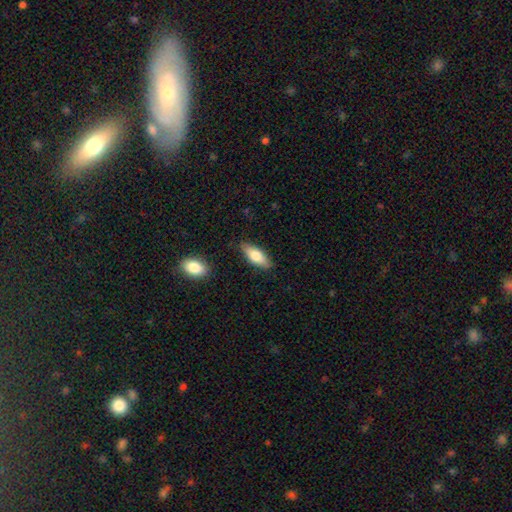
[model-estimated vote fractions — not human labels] Smooth or featured? Predicted: smooth (p=0.76). How rounded? Predicted: in between (p=0.75). Merging? Predicted: none (p=0.83).